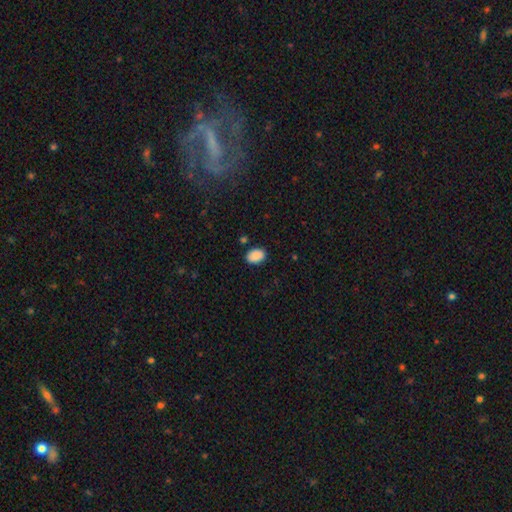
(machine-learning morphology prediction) A smooth galaxy with no disk features (89%) that is in between round and cigar-shaped (80%).

Vote fractions:
- Smooth or featured? smooth: 89% / star or artifact: 8% / featured or disk: 4%
- How rounded? in between: 80% / round: 19% / cigar-shaped: 1%
- Merging? none: 83% / minor disturbance: 12% / major disturbance: 3% / merger: 2%